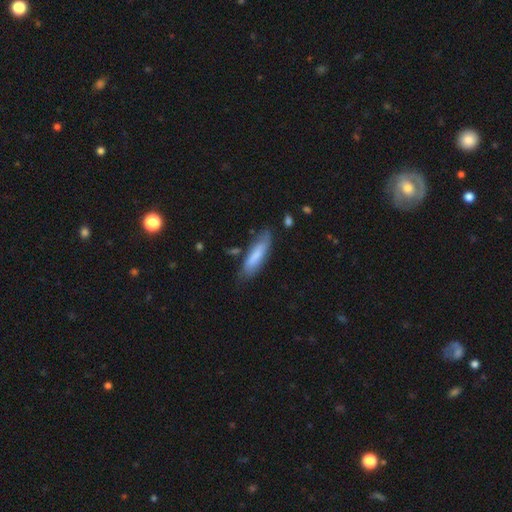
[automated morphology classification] Overall: smooth (73%). How rounded: cigar-shaped (65%; in between 34%). Merging: none (70%).